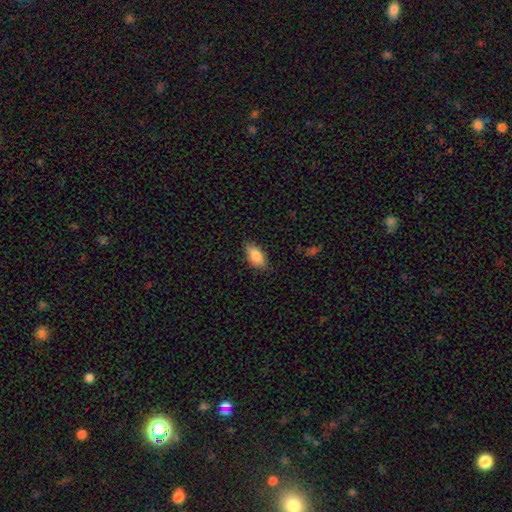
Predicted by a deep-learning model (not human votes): The model was most divided on "merging": none: 79%, minor disturbance: 17%, major disturbance: 3%, merger: 1%. More confident: how rounded — in between (92%); smooth or featured — smooth (87%).